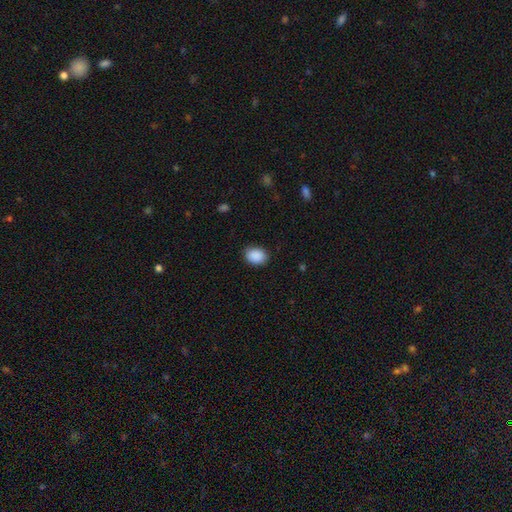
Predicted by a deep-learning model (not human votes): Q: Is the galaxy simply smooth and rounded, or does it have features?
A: smooth — 90%.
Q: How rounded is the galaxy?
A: in between — 71%.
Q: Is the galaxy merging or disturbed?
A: none — 87%.